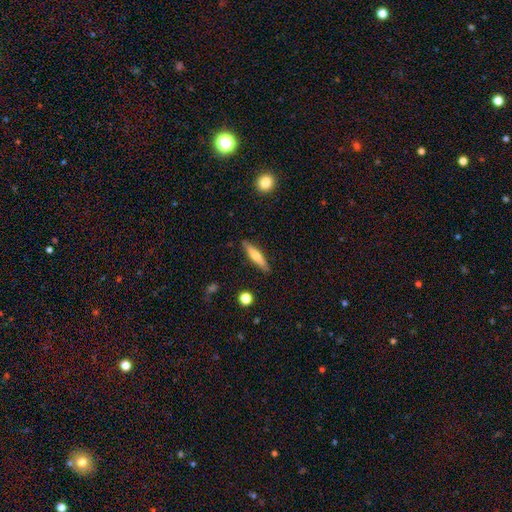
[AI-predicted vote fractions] Smooth or featured: smooth — 57% (featured or disk — 36%)
How rounded: cigar-shaped — 83% (in between — 16%)
Merging: none — 87% (minor disturbance — 9%)